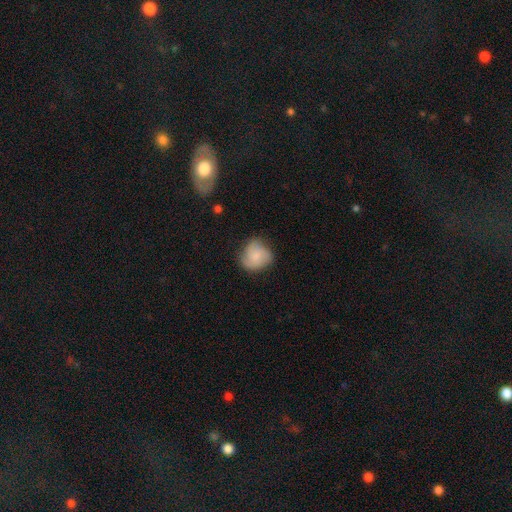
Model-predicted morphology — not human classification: Smooth or featured? Predicted: smooth (p=0.62). How rounded? Predicted: round (p=0.73). Merging? Predicted: none (p=0.58).